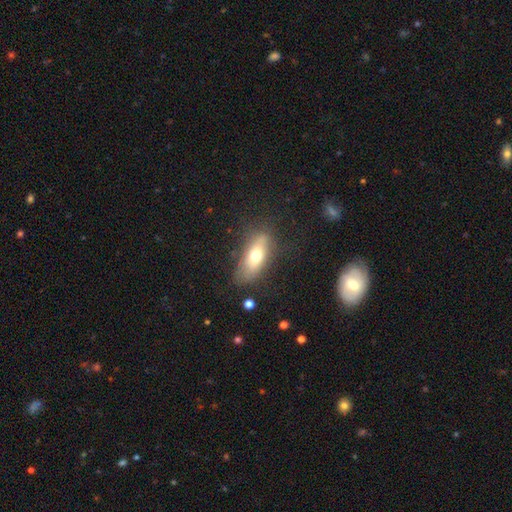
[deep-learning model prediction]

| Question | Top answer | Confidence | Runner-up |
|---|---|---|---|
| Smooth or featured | smooth | 62% | featured or disk (30%) |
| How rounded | in between | 73% | cigar-shaped (23%) |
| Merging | none | 72% | minor disturbance (18%) |